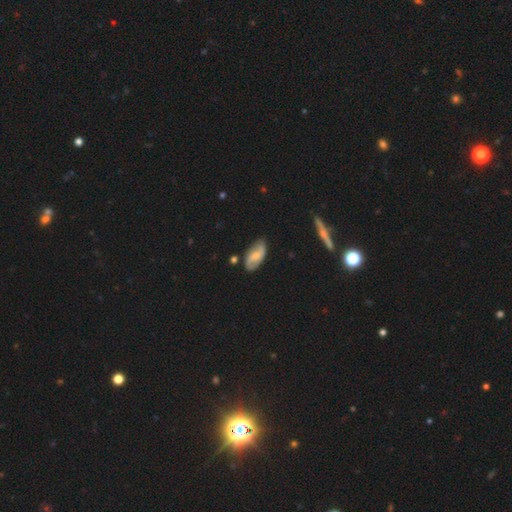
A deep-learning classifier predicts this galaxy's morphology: Smooth or featured? Predicted: featured or disk (p=0.52). Edge-on disk? Predicted: no (p=0.92). Merging? Predicted: none (p=0.76).